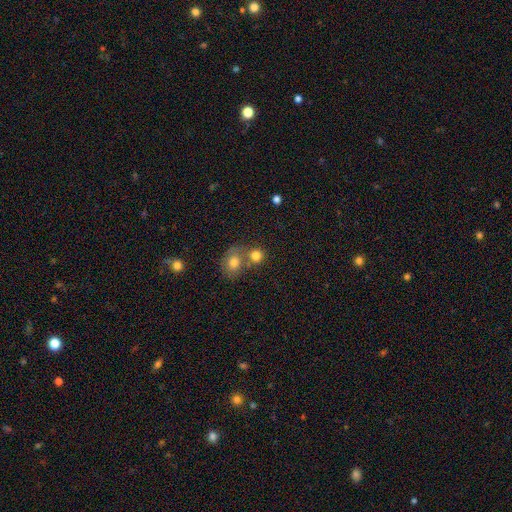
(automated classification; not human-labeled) The model was most divided on "merging": none: 46%, merger: 42%, minor disturbance: 8%, major disturbance: 4%. More confident: how rounded — round (81%); smooth or featured — smooth (78%).